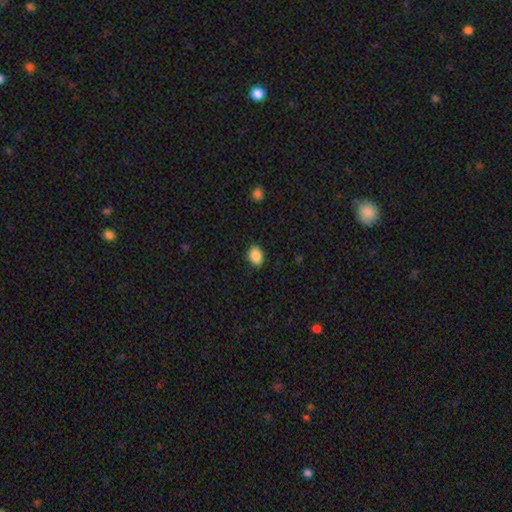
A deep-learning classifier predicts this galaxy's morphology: Smooth or featured? smooth (89%)
How rounded? in between (72%)
Merging? none (87%)